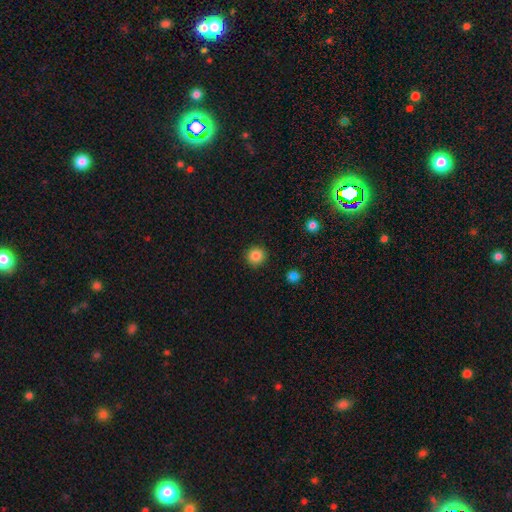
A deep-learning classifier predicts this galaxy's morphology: Smooth or featured?
  - smooth: 84% *
  - star or artifact: 11%
  - featured or disk: 5%
How rounded?
  - round: 94% *
  - in between: 5%
  - cigar-shaped: 1%
Merging?
  - none: 92% *
  - minor disturbance: 5%
  - major disturbance: 2%
  - merger: 1%